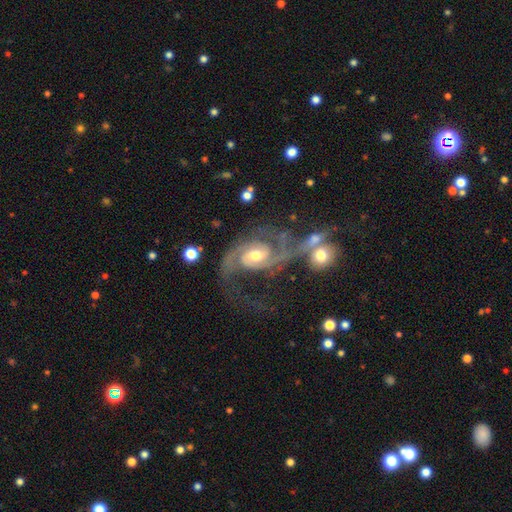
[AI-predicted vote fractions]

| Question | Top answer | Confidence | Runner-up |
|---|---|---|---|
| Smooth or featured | featured or disk | 91% | smooth (5%) |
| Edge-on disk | no | 97% | yes (3%) |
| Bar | no | 43% | weak (41%) |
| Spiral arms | yes | 97% | no (3%) |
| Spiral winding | medium | 50% | tight (31%) |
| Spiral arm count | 2 | 83% | can't tell (5%) |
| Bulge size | moderate | 72% | small (13%) |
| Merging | none | 35% | merger (28%) |